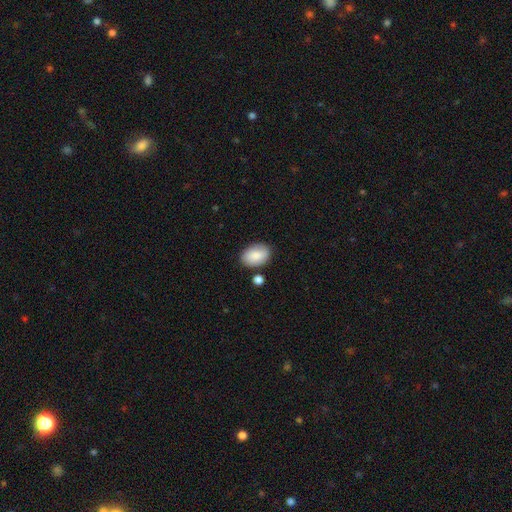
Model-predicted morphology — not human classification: This is clearly a smooth galaxy (84%). How rounded: clearly in between (86%). Merging: likely none (75%).